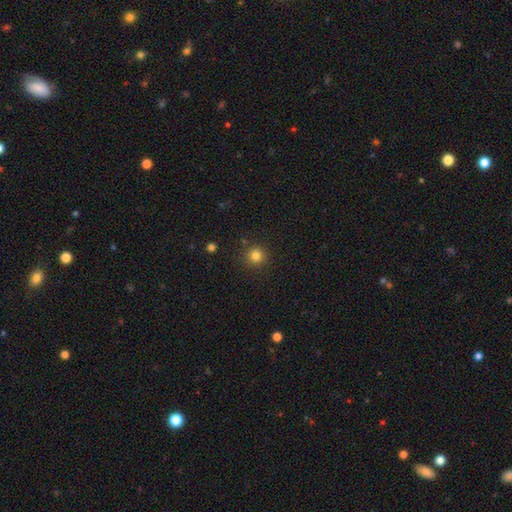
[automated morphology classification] Overall: smooth (82%). How rounded: round (95%). Merging: none (89%).